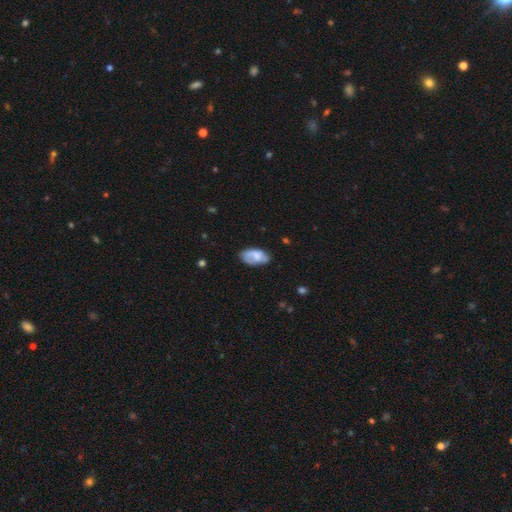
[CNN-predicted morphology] The model was most divided on "merging": none: 59%, minor disturbance: 29%, major disturbance: 9%, merger: 3%. More confident: how rounded — in between (94%); smooth or featured — smooth (63%).